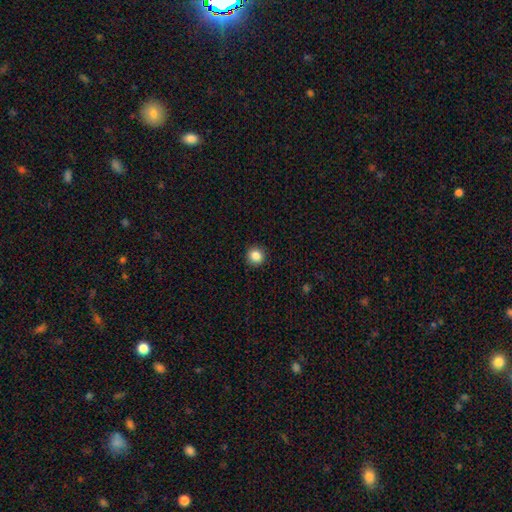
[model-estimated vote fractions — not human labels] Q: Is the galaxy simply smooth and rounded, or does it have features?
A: smooth — 86%.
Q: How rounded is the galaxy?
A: round — 92%.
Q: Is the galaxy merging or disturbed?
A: none — 92%.